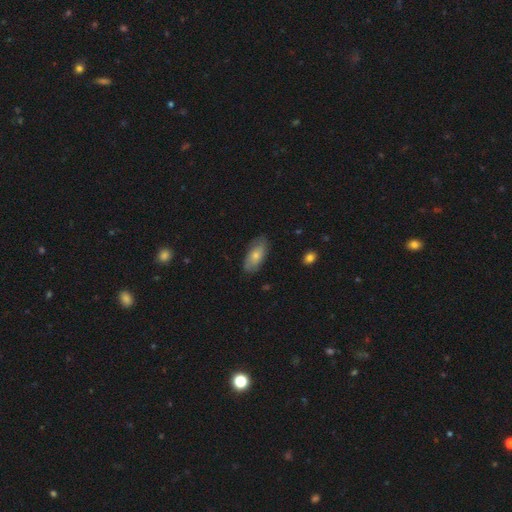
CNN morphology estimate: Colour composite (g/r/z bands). It shows a smooth galaxy with no disk features (64%) that is in between round and cigar-shaped (89%). Merging: none (78%).